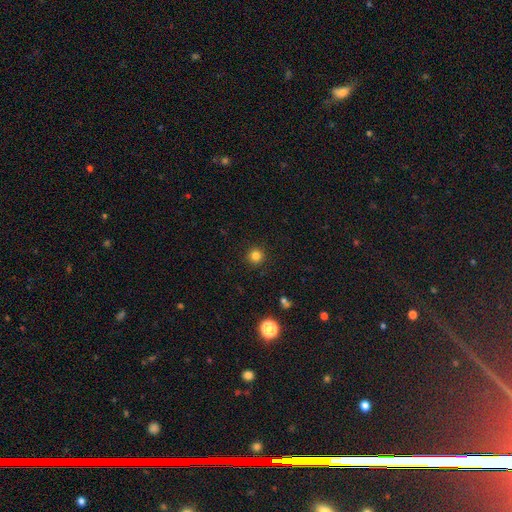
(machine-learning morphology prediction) smooth_or_featured: smooth (p=0.82) [alt: star or artifact p=0.14]
how_rounded: round (p=0.96) [alt: in between p=0.03]
merging: none (p=0.92) [alt: minor disturbance p=0.05]